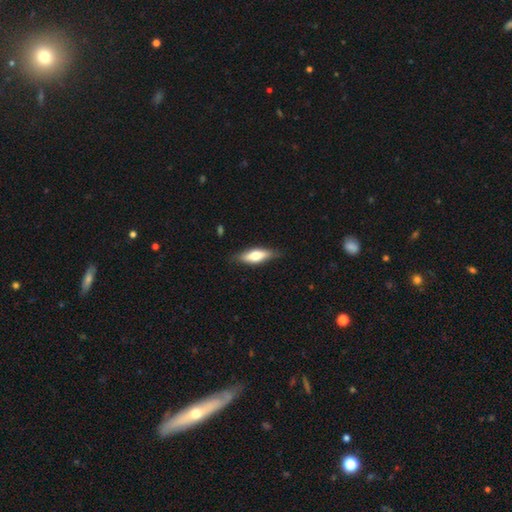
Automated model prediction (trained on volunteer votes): smooth-or-featured: smooth: 62% | featured or disk: 32% | star or artifact: 6%
  how-rounded: in between: 58% | cigar-shaped: 39% | round: 2%
  merging: none: 80% | minor disturbance: 16% | major disturbance: 3% | merger: 1%